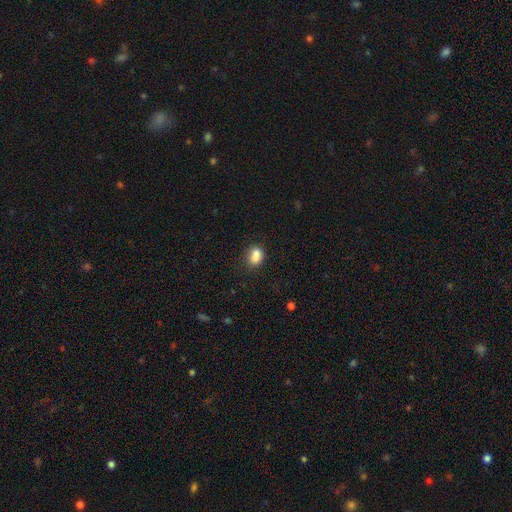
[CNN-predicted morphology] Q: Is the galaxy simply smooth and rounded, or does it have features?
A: smooth — 79%.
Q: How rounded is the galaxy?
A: in between — 67%.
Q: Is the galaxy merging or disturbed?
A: none — 49%.